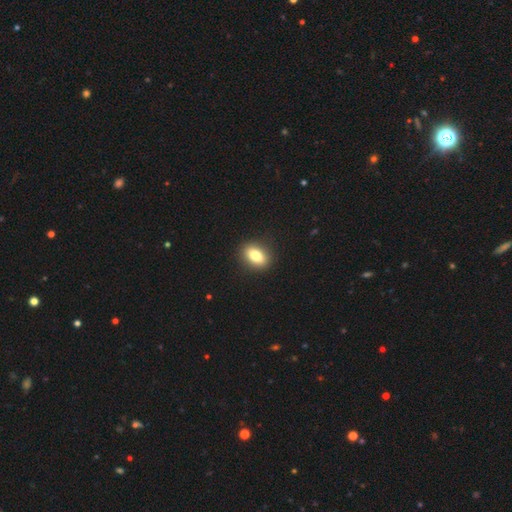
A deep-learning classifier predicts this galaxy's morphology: Smooth or featured?
  - smooth: 81% *
  - featured or disk: 10%
  - star or artifact: 9%
How rounded?
  - in between: 80% *
  - round: 17%
  - cigar-shaped: 3%
Merging?
  - none: 90% *
  - minor disturbance: 7%
  - major disturbance: 2%
  - merger: 1%